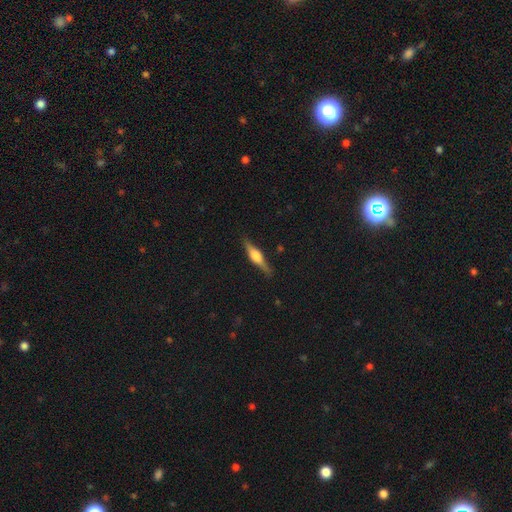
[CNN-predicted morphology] Overall: featured or disk (70%). Edge-on disk: yes (97%). Edge-on bulge: rounded (88%). Merging: none (87%).